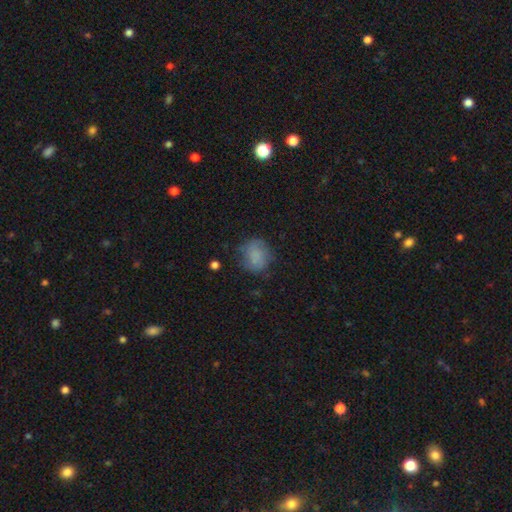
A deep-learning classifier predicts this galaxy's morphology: This is likely a smooth galaxy (73%). How rounded: likely round (73%). Merging: likely none (68%).